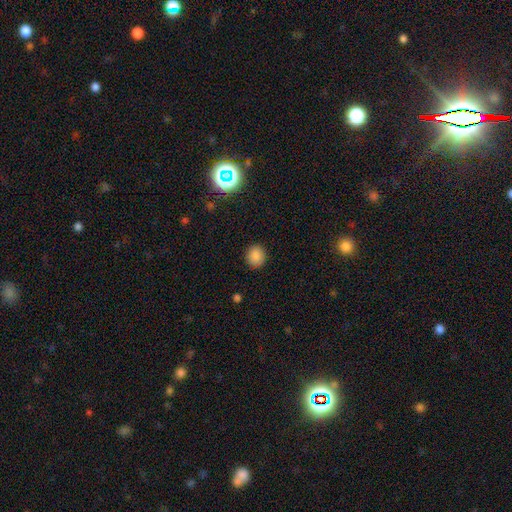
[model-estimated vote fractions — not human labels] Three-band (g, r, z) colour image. It shows a smooth galaxy with no disk features (85%) that is round (76%). Merging: none (89%).